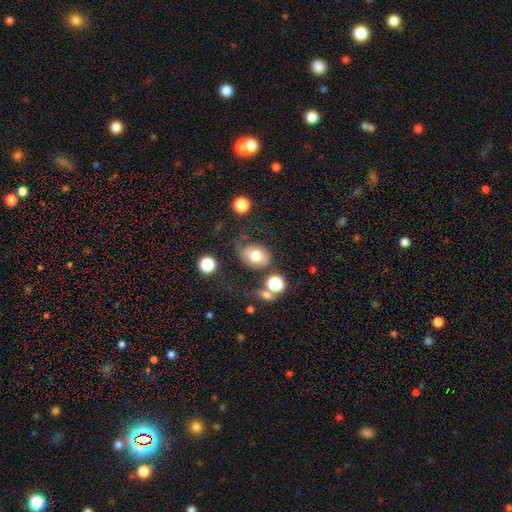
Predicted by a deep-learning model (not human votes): Smooth or featured?
  - smooth: 70% *
  - featured or disk: 19%
  - star or artifact: 11%
How rounded?
  - in between: 60% *
  - round: 39%
  - cigar-shaped: 1%
Merging?
  - none: 50% *
  - minor disturbance: 27%
  - major disturbance: 16%
  - merger: 7%